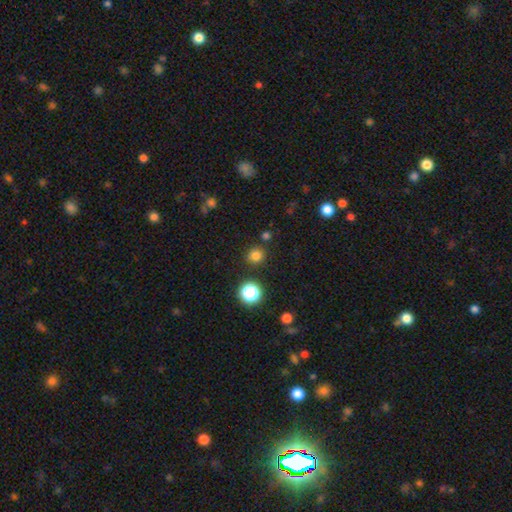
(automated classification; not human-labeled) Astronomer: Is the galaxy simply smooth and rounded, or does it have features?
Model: smooth — 78%.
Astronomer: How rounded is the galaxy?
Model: round — 91%.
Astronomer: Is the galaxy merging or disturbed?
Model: none — 86%.